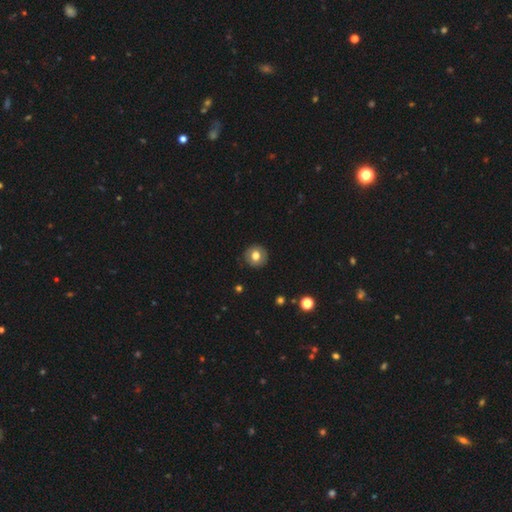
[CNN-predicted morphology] smooth-or-featured: smooth: 74% | featured or disk: 16% | star or artifact: 9%
  how-rounded: round: 92% | in between: 7% | cigar-shaped: 1%
  merging: none: 88% | minor disturbance: 8% | major disturbance: 2% | merger: 1%